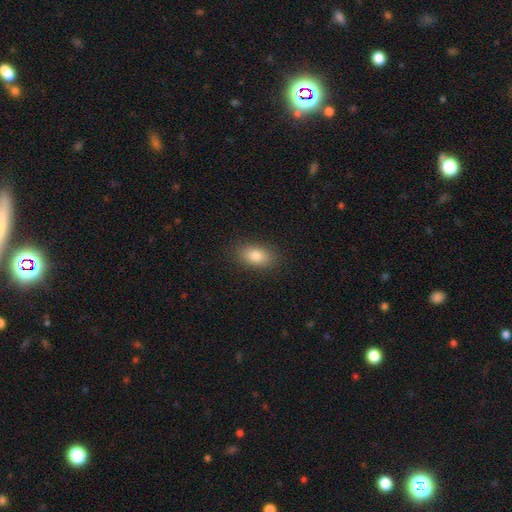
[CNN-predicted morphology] This appears to be a smooth galaxy with no disk features (83%) that is in between round and cigar-shaped (89%). Merging: none (87%).